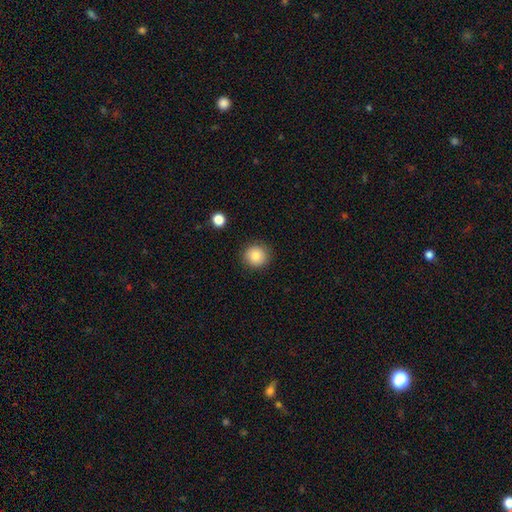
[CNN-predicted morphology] Smooth or featured? smooth (85%)
How rounded? round (92%)
Merging? none (90%)